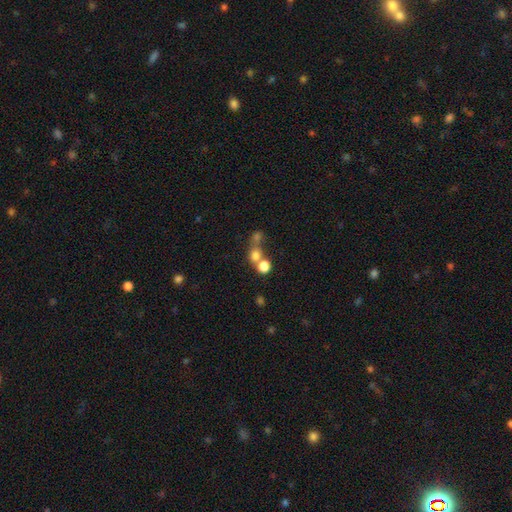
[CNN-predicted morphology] Overall: smooth (69%). How rounded: round (79%). Merging: merger (50%; none 37%).